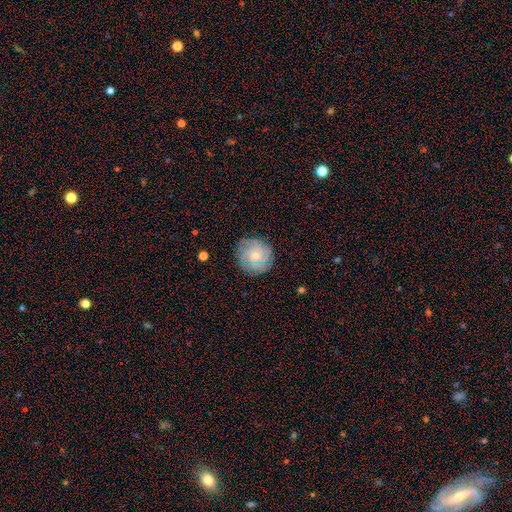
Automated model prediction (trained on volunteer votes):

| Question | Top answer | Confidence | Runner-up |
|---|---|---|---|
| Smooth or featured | featured or disk | 57% | smooth (34%) |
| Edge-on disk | no | 97% | yes (3%) |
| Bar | no | 80% | weak (17%) |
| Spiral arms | yes | 85% | no (15%) |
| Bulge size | small | 60% | moderate (32%) |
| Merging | none | 82% | minor disturbance (13%) |